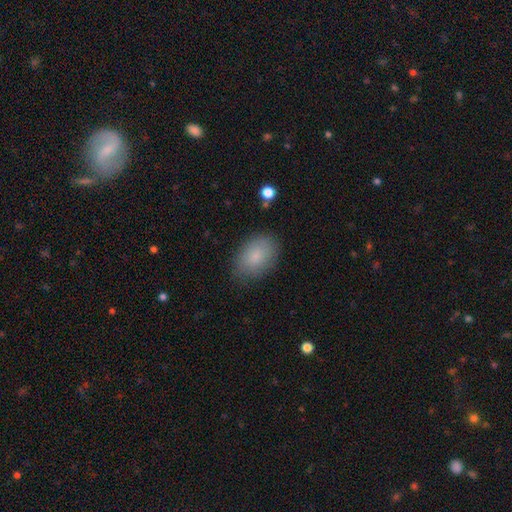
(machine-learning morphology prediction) smooth-or-featured: smooth: 83% | featured or disk: 10% | star or artifact: 7%
  how-rounded: in between: 87% | round: 12% | cigar-shaped: 1%
  merging: none: 81% | minor disturbance: 14% | major disturbance: 4% | merger: 1%